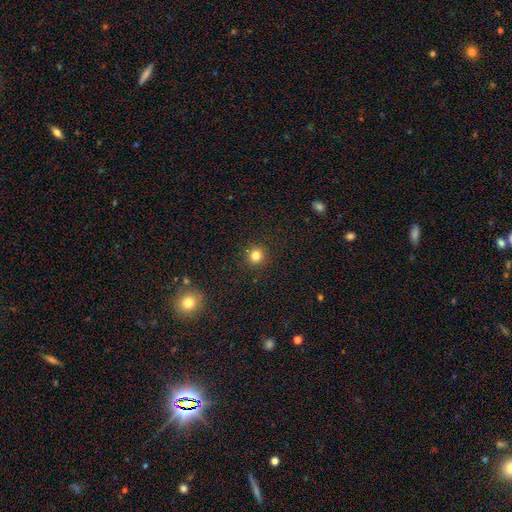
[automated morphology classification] smooth 82%, star or artifact 13%, featured or disk 5%. Down the decision tree: how rounded — round (94%); merging — none (92%).